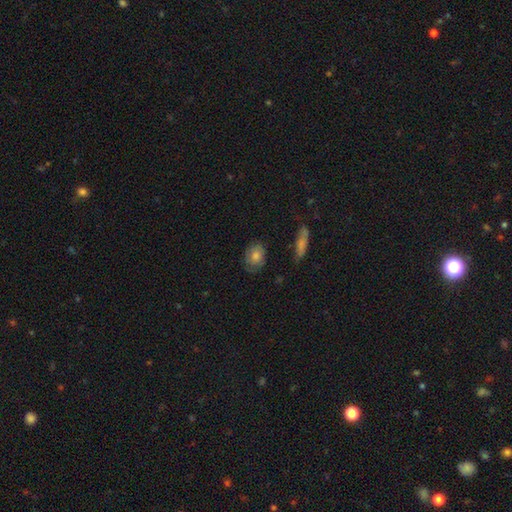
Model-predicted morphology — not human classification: Overall: smooth (69%). How rounded: in between (56%; round 42%). Merging: none (76%).